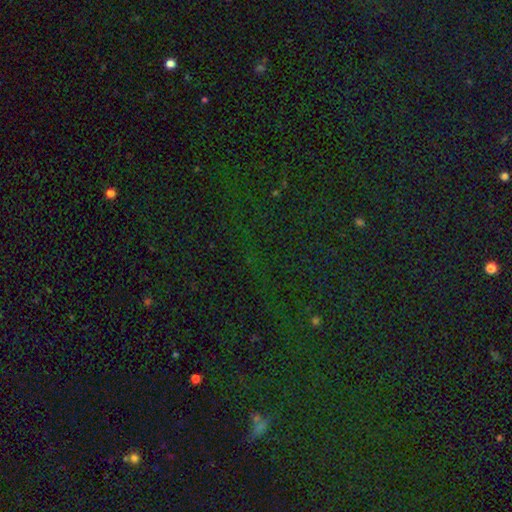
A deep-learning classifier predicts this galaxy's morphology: A star or artifact, not a galaxy (82%).